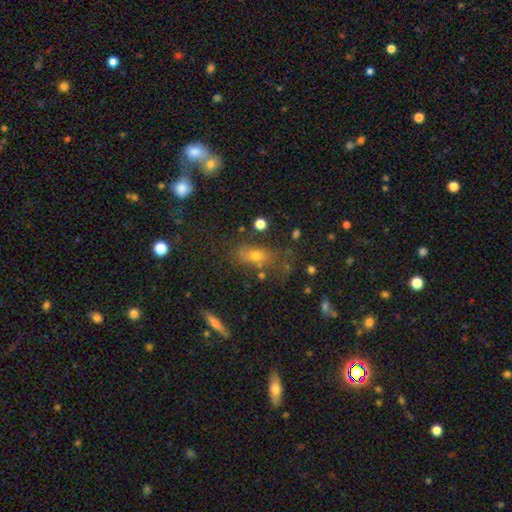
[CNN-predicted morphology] The model was most divided on "smooth or featured": smooth: 60%, featured or disk: 20%, star or artifact: 19%. More confident: how rounded — in between (69%); merging — none (62%).